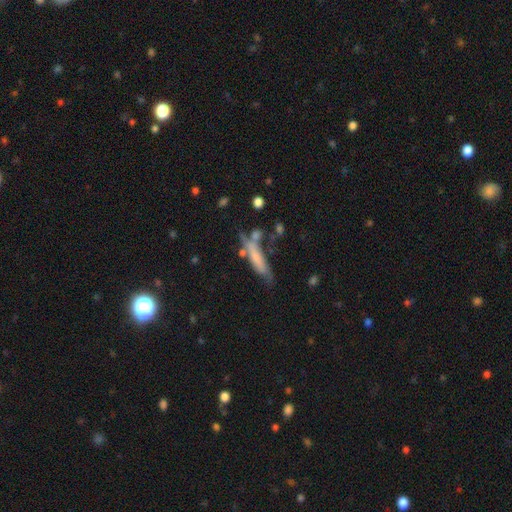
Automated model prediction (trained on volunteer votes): Q: Smooth or featured?
A: smooth (55%); runner-up: featured or disk (36%)
Q: How rounded?
A: cigar-shaped (80%); runner-up: in between (18%)
Q: Merging?
A: none (47%); runner-up: minor disturbance (25%)